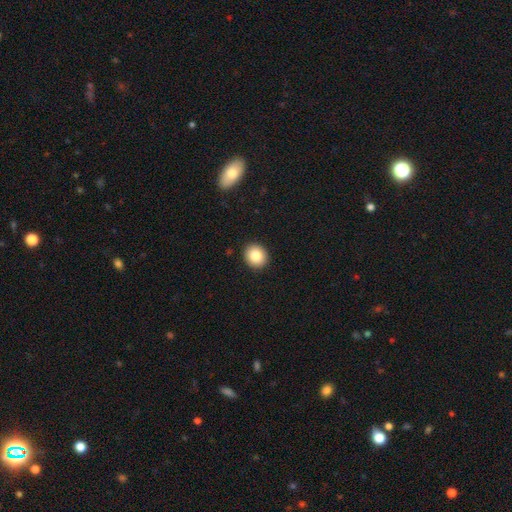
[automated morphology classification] Overall: smooth (84%). How rounded: round (82%). Merging: none (92%).